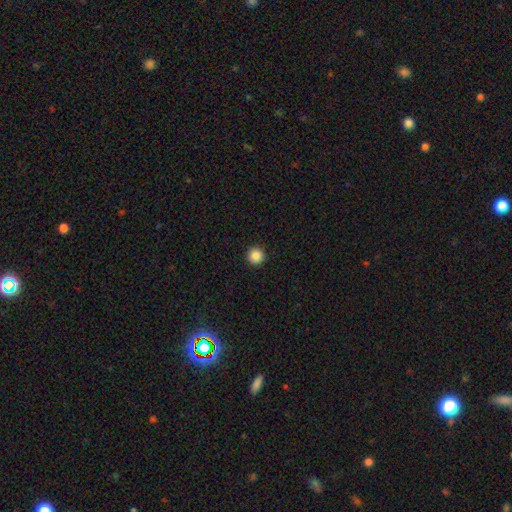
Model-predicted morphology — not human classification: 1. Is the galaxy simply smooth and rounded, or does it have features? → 87% smooth, 10% star or artifact, 3% featured or disk.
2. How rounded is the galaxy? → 97% round, 2% in between, 1% cigar-shaped.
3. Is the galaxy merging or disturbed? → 94% none, 4% minor disturbance, 1% major disturbance, 1% merger.